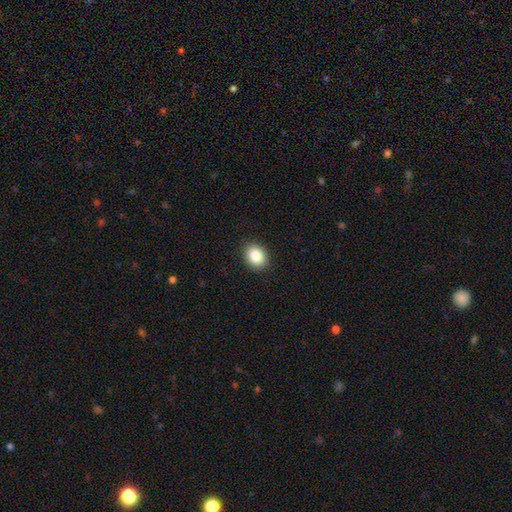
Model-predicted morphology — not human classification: smooth_or_featured: smooth (p=0.85) [alt: star or artifact p=0.09]
how_rounded: in between (p=0.53) [alt: round p=0.46]
merging: none (p=0.90) [alt: minor disturbance p=0.07]